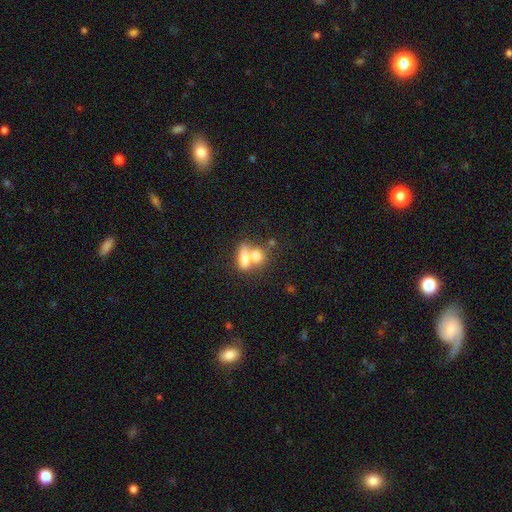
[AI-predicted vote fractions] Smooth or featured?
  - smooth: 73% *
  - featured or disk: 19%
  - star or artifact: 9%
How rounded?
  - in between: 69% *
  - round: 24%
  - cigar-shaped: 7%
Merging?
  - merger: 70% *
  - none: 19%
  - minor disturbance: 6%
  - major disturbance: 5%